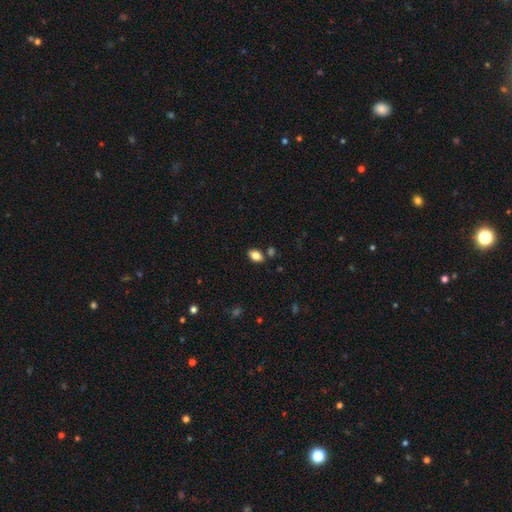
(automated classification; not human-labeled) The model was most divided on "merging": none: 79%, minor disturbance: 11%, merger: 8%, major disturbance: 3%. More confident: how rounded — in between (88%); smooth or featured — smooth (84%).